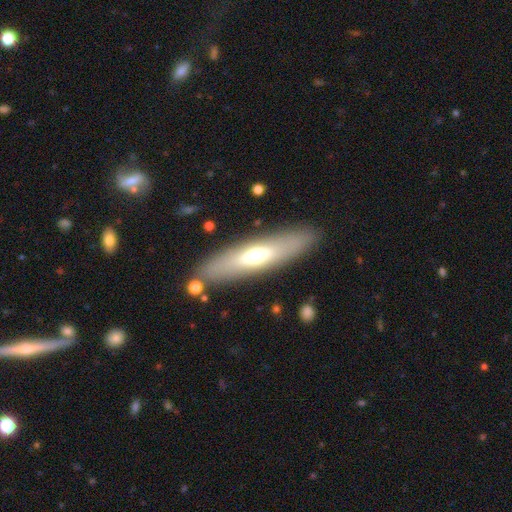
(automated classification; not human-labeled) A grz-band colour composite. It shows a smooth galaxy with no disk features (52%) that is cigar-shaped (68%). Merging: none (86%).